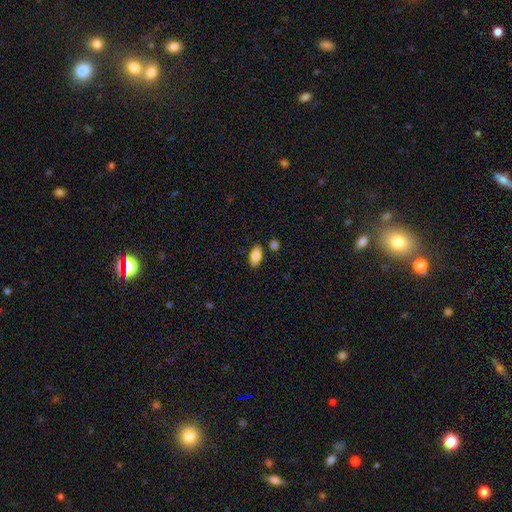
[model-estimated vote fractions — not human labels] Smooth or featured? Predicted: smooth (p=0.86). How rounded? Predicted: in between (p=0.91). Merging? Predicted: none (p=0.82).